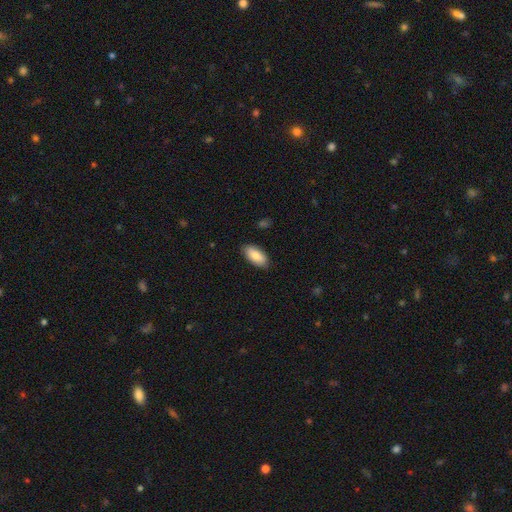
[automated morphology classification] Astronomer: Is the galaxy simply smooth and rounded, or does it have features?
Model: smooth — 85%.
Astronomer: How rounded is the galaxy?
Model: in between — 91%.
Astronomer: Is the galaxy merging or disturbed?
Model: none — 87%.